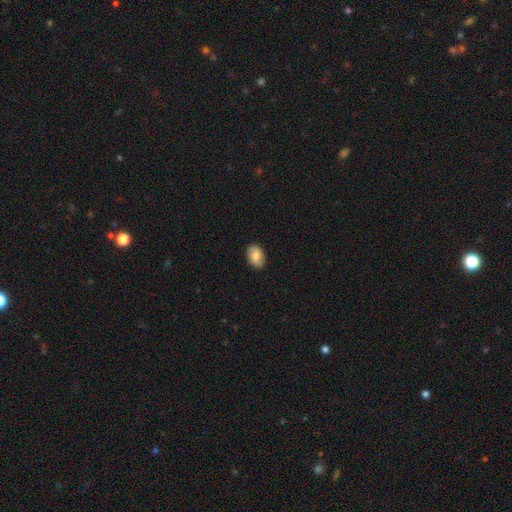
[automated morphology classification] The model was most divided on "smooth or featured": smooth: 76%, featured or disk: 17%, star or artifact: 7%. More confident: merging — none (88%); how rounded — in between (85%).